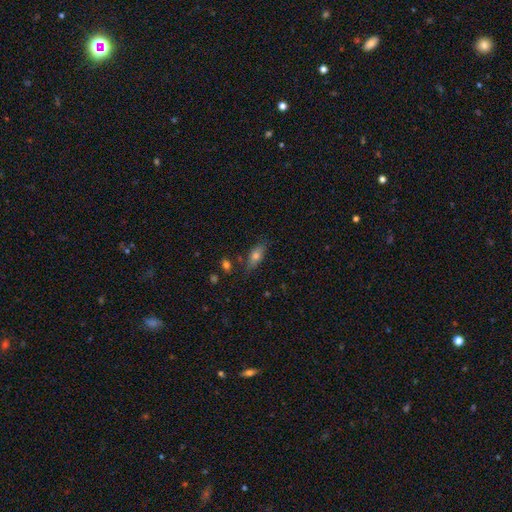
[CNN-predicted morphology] Smooth or featured? Predicted: smooth (p=0.69). How rounded? Predicted: in between (p=0.73). Merging? Predicted: none (p=0.78).